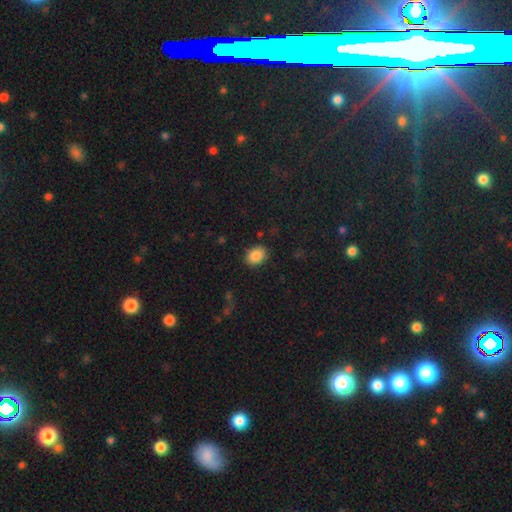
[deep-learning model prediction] Smooth or featured: smooth — 86% (star or artifact — 9%)
How rounded: in between — 64% (round — 35%)
Merging: none — 85% (minor disturbance — 10%)